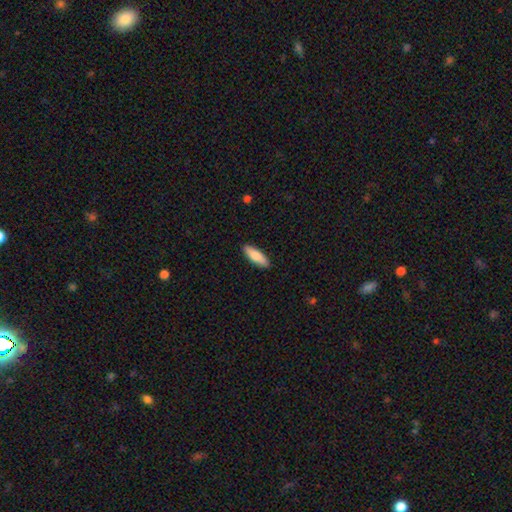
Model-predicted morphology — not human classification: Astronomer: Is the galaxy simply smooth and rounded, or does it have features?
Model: smooth — 83%.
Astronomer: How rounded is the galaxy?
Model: in between — 53% (runner-up: cigar-shaped, 45%).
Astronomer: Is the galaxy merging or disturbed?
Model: none — 90%.